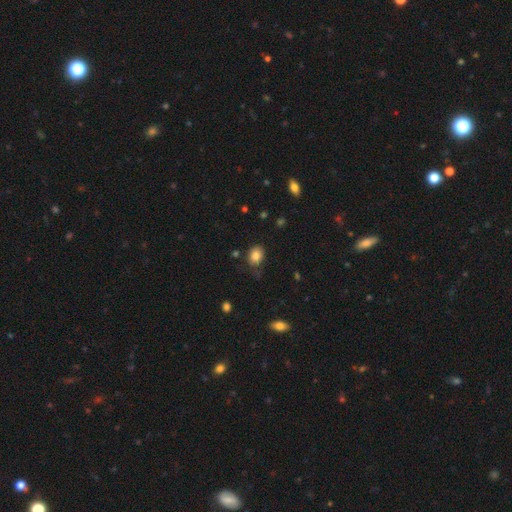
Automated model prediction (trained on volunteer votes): Smooth or featured? smooth (83%)
How rounded? in between (63%)
Merging? none (70%)